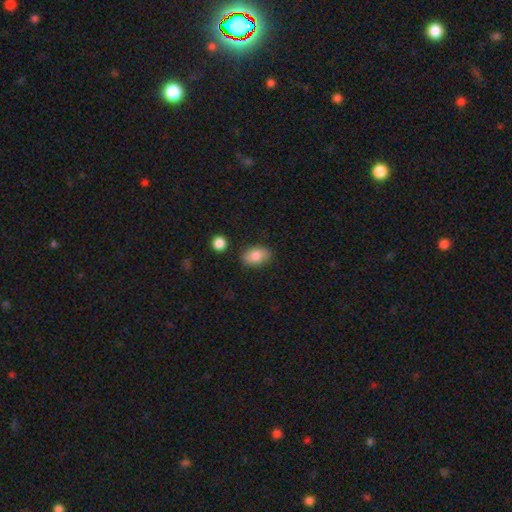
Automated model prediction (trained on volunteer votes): smooth-or-featured: smooth: 83% | featured or disk: 9% | star or artifact: 7%
  how-rounded: in between: 88% | round: 11% | cigar-shaped: 1%
  merging: none: 83% | minor disturbance: 12% | merger: 3% | major disturbance: 3%